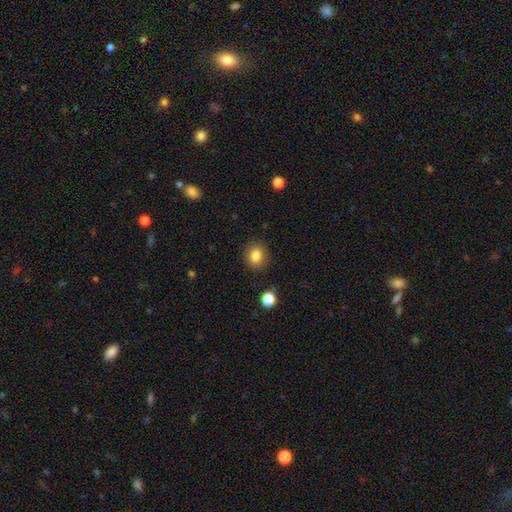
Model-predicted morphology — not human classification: A smooth galaxy with no disk features (83%) that is round (74%). Merging: none (88%).